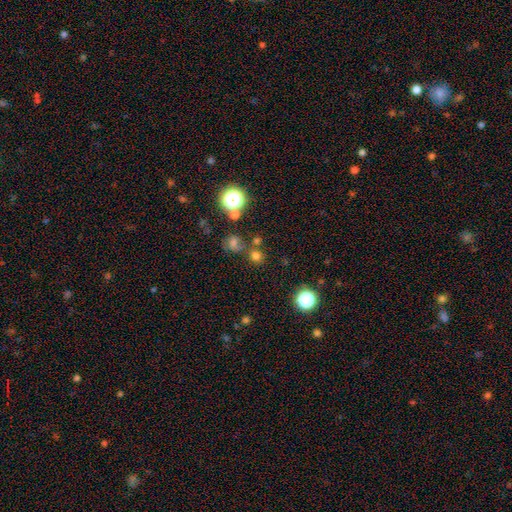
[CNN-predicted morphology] Q: Smooth or featured?
A: smooth (67%); runner-up: star or artifact (25%)
Q: How rounded?
A: round (87%); runner-up: in between (12%)
Q: Merging?
A: none (68%); runner-up: merger (18%)